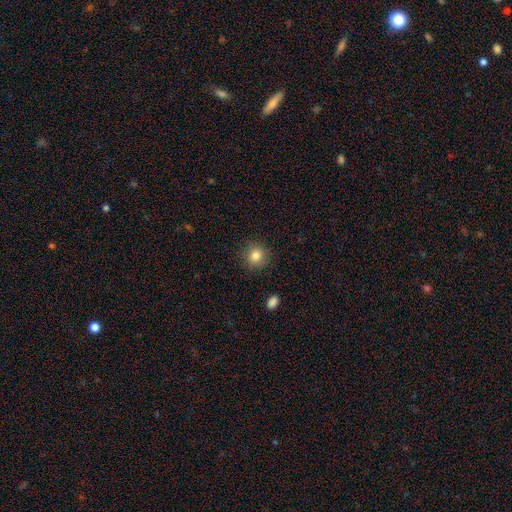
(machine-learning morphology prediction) Smooth or featured? smooth (83%)
How rounded? round (91%)
Merging? none (88%)